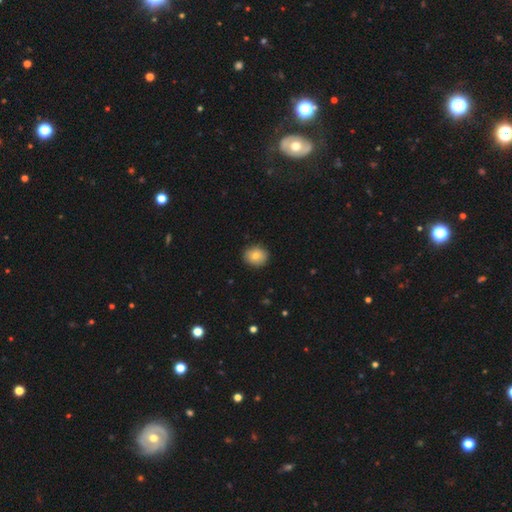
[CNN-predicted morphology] smooth 81%, featured or disk 10%, star or artifact 9%. Down the decision tree: how rounded — round (71%); merging — none (89%).